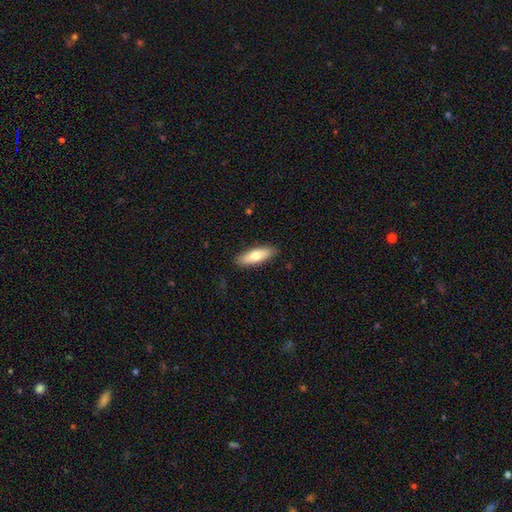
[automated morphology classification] This appears to be a smooth galaxy with no disk features (69%) that is in between round and cigar-shaped (55%). Merging: none (88%).